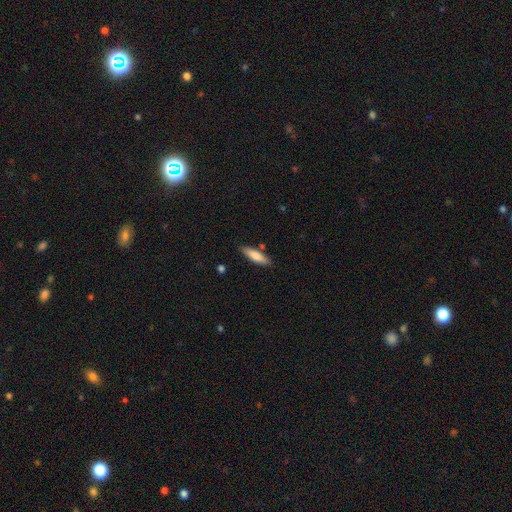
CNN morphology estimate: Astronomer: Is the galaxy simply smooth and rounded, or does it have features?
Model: smooth — 76%.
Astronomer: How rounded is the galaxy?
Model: cigar-shaped — 65%.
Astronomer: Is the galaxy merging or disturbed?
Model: none — 84%.